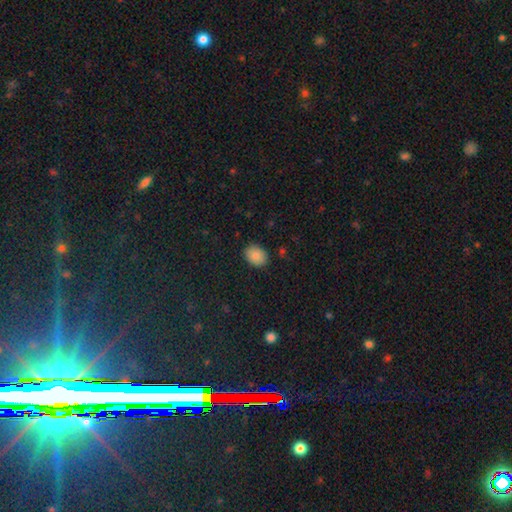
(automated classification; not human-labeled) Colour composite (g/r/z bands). It shows a smooth galaxy with no disk features (87%) that is in between round and cigar-shaped (66%). Merging: none (88%).